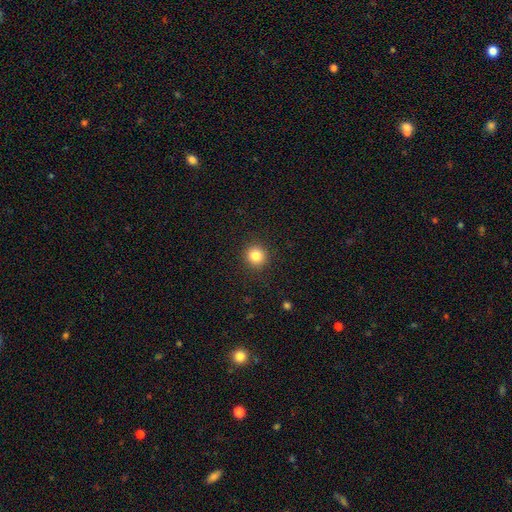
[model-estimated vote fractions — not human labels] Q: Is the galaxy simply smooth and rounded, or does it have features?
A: smooth — 83%.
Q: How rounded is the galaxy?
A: round — 93%.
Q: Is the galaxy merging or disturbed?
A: none — 91%.